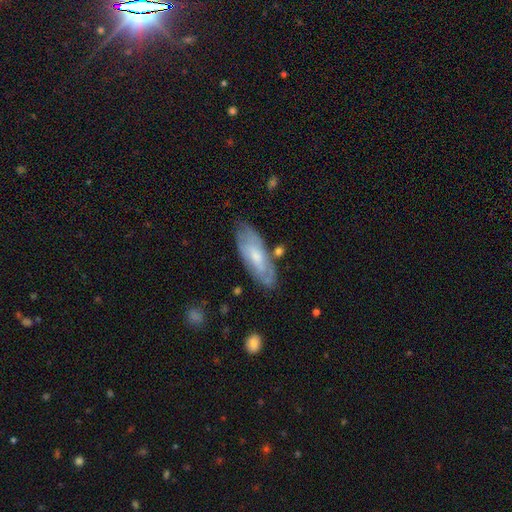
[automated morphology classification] A featured or disk galaxy (51%). Merging: none (73%).